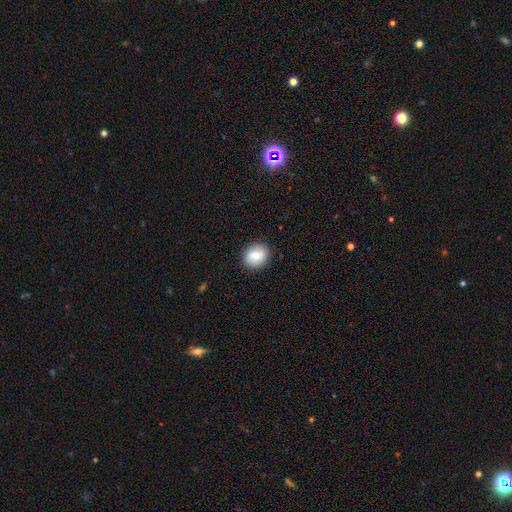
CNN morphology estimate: Smooth or featured? smooth (84%)
How rounded? round (63%)
Merging? none (88%)